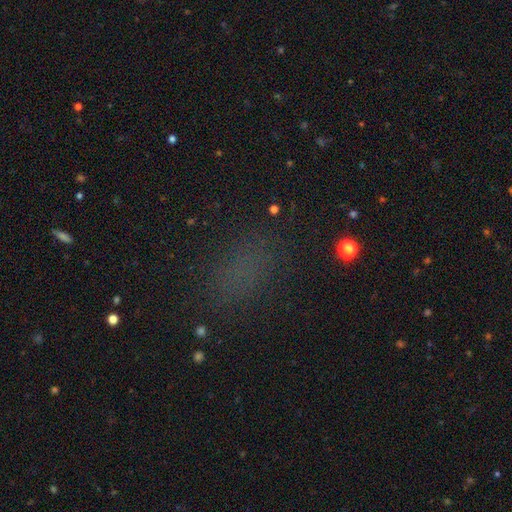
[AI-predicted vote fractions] Smooth or featured: smooth — 61% (star or artifact — 31%)
How rounded: in between — 76% (round — 16%)
Merging: none — 79% (minor disturbance — 12%)